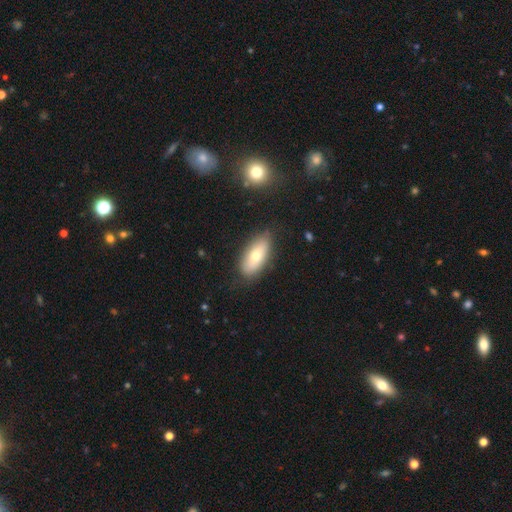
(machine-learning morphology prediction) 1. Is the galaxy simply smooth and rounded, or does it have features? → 66% smooth, 26% featured or disk, 7% star or artifact.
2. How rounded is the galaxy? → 82% in between, 14% cigar-shaped, 3% round.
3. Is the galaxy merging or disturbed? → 81% none, 14% minor disturbance, 3% major disturbance, 2% merger.